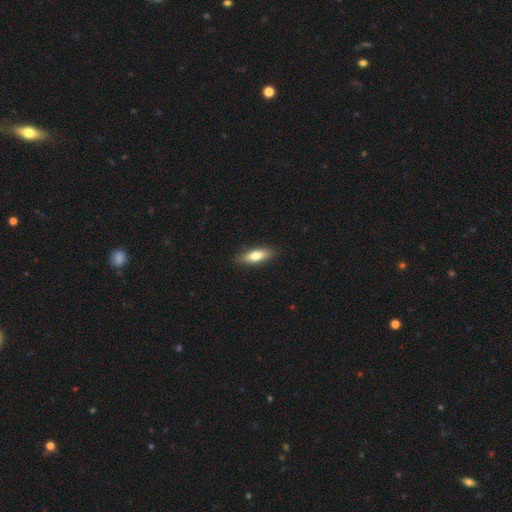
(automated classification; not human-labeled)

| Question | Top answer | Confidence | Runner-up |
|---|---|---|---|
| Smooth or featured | smooth | 71% | featured or disk (23%) |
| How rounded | in between | 55% | cigar-shaped (43%) |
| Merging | none | 87% | minor disturbance (10%) |